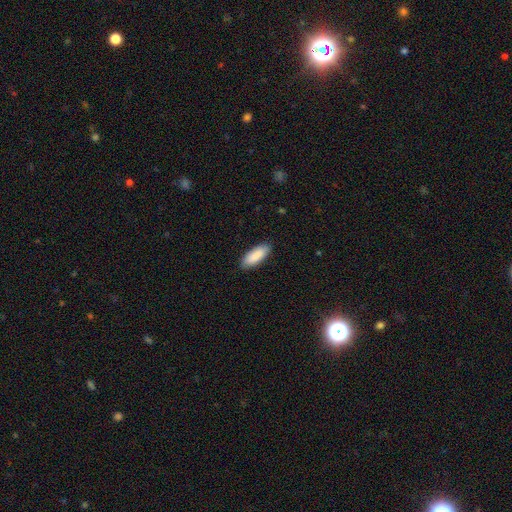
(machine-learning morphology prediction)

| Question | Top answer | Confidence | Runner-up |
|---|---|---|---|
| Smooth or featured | smooth | 90% | star or artifact (5%) |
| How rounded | in between | 75% | cigar-shaped (24%) |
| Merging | none | 89% | minor disturbance (9%) |